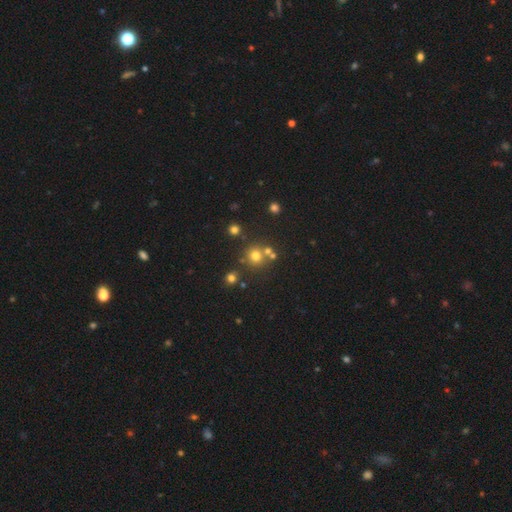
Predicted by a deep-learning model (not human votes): This appears to be a smooth galaxy with no disk features (69%) that is round (90%). Merging: none (68%).